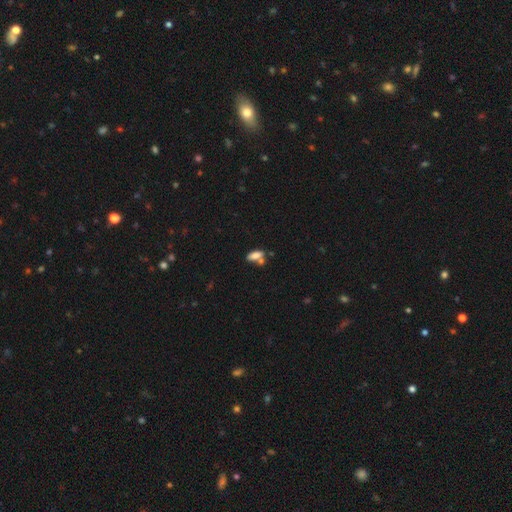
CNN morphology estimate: Smooth or featured: smooth — 80% (featured or disk — 10%)
How rounded: in between — 82% (cigar-shaped — 14%)
Merging: none — 50% (merger — 31%)